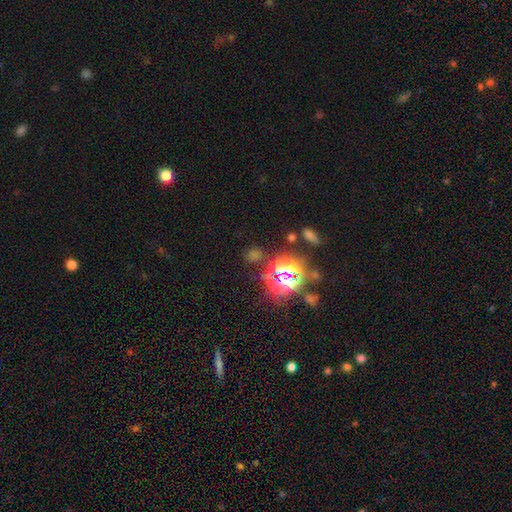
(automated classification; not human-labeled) Overall: star or artifact (71%).